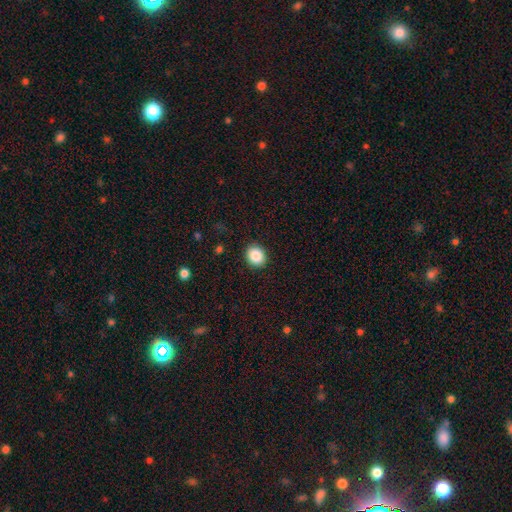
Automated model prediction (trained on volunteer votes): This is clearly a smooth galaxy (87%). How rounded: likely round (66%). Merging: clearly none (90%).